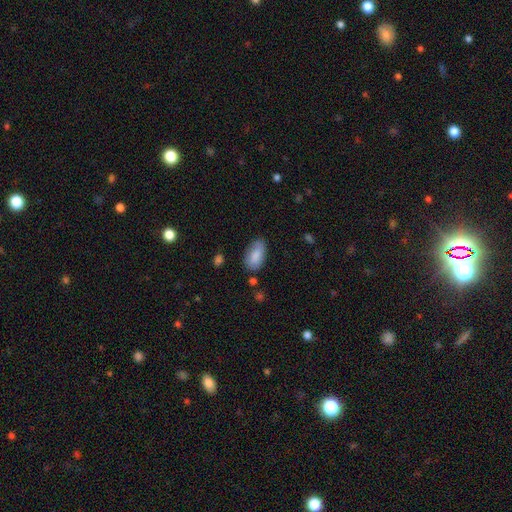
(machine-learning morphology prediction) type=smooth (83%); roundness=in between (94%); merging=none (73%).